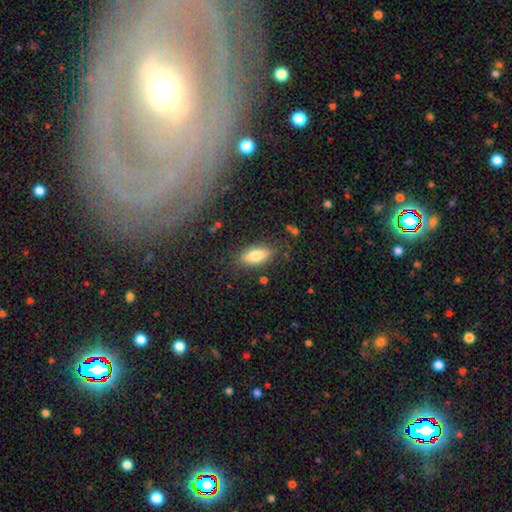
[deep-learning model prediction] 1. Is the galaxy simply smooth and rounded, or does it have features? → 75% smooth, 18% featured or disk, 7% star or artifact.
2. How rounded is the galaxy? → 73% in between, 25% cigar-shaped, 3% round.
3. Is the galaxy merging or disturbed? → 82% none, 12% minor disturbance, 3% major disturbance, 2% merger.